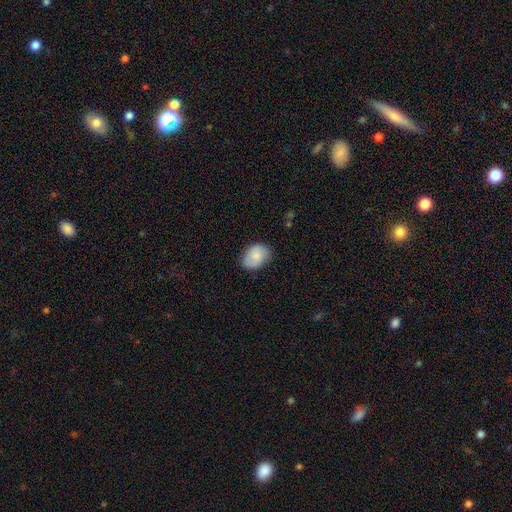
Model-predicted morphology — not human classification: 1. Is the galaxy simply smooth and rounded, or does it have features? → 76% smooth, 17% featured or disk, 7% star or artifact.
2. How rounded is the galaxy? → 74% in between, 25% round, 1% cigar-shaped.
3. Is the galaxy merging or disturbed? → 74% none, 21% minor disturbance, 4% major disturbance, 1% merger.